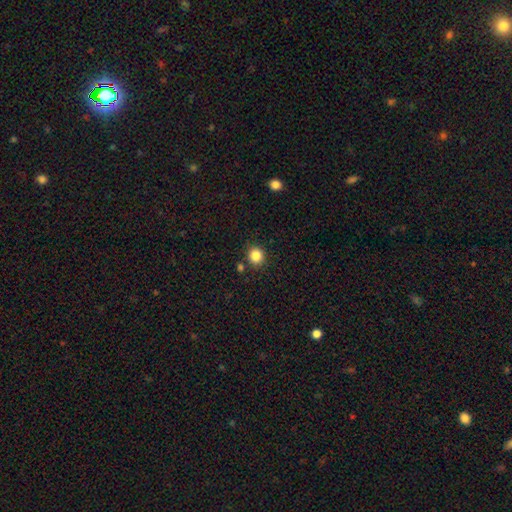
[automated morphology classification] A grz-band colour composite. It shows a smooth galaxy with no disk features (84%) that is round (89%). Merging: none (86%).